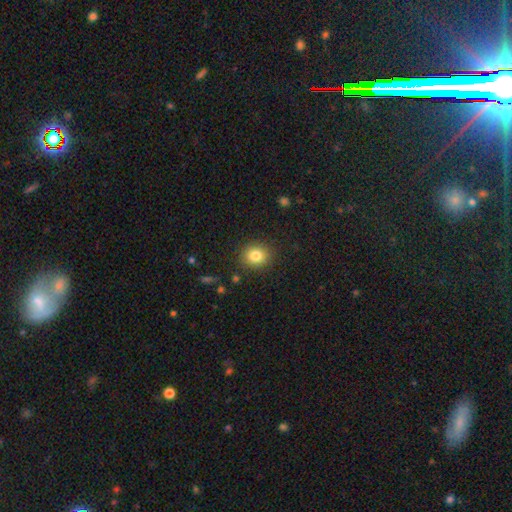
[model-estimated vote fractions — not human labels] Morphology: type=smooth (82%); roundness=round (79%); merging=none (87%).